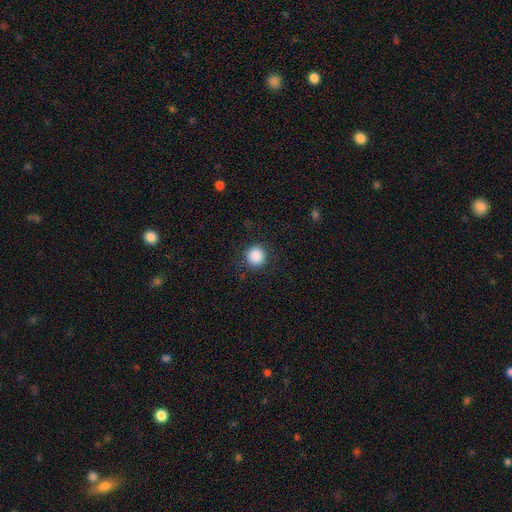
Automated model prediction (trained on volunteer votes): smooth 88%, star or artifact 9%, featured or disk 3%. Down the decision tree: how rounded — round (94%); merging — none (89%).